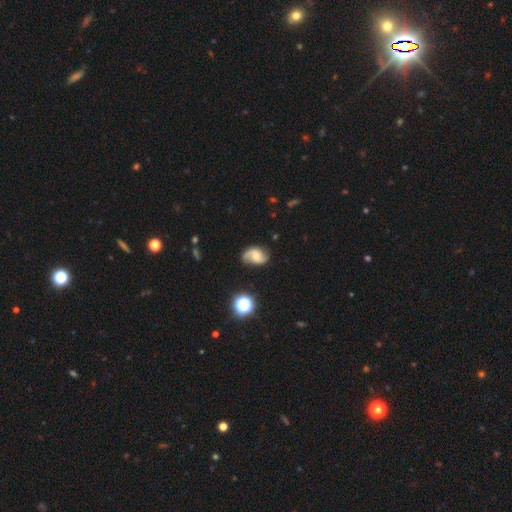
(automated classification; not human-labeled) Smooth or featured? Predicted: featured or disk (p=0.71). Edge-on disk? Predicted: no (p=0.98). Bar? Predicted: no (p=0.53). Spiral arms? Predicted: yes (p=0.95). Spiral winding? Predicted: loose (p=0.46). Spiral arm count? Predicted: 2 (p=0.88). Bulge size? Predicted: small (p=0.40, tied with moderate). Merging? Predicted: none (p=0.72).